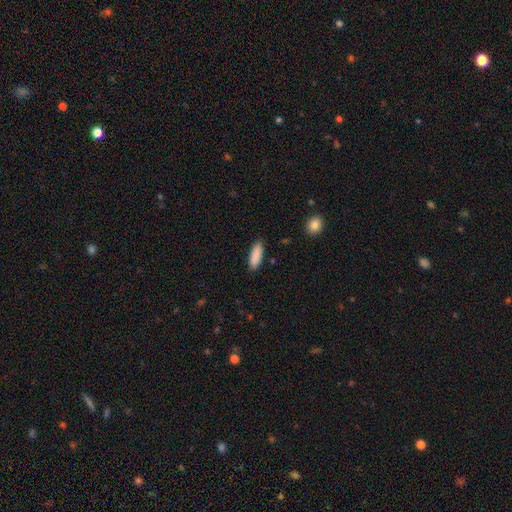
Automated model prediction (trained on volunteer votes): The model was most divided on "how rounded": in between: 57%, cigar-shaped: 42%, round: 2%. More confident: smooth or featured — smooth (89%); merging — none (88%).